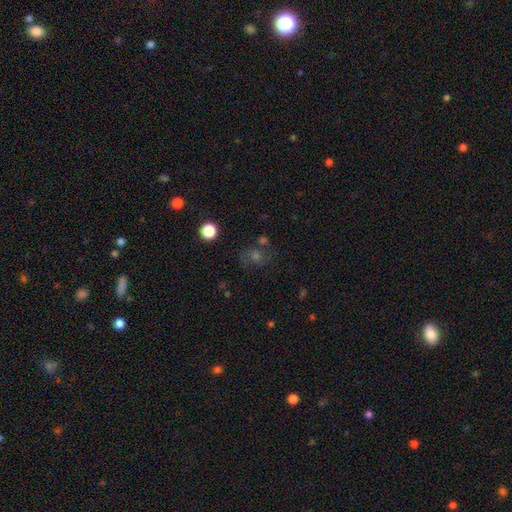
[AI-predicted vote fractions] Smooth or featured? smooth (40%)
Merging? none (67%)